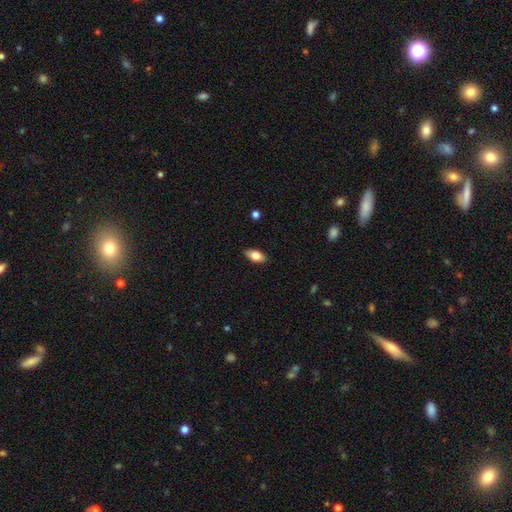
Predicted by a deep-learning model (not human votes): Overall: smooth (77%). How rounded: in between (89%). Merging: none (87%).